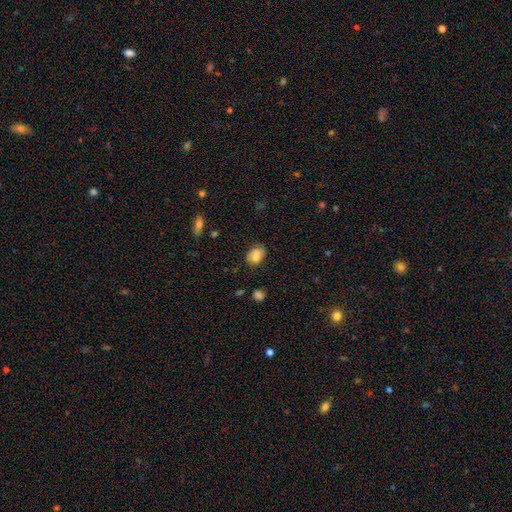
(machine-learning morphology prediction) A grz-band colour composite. It shows a smooth galaxy with no disk features (79%) that is in between round and cigar-shaped (69%). Merging: none (70%).